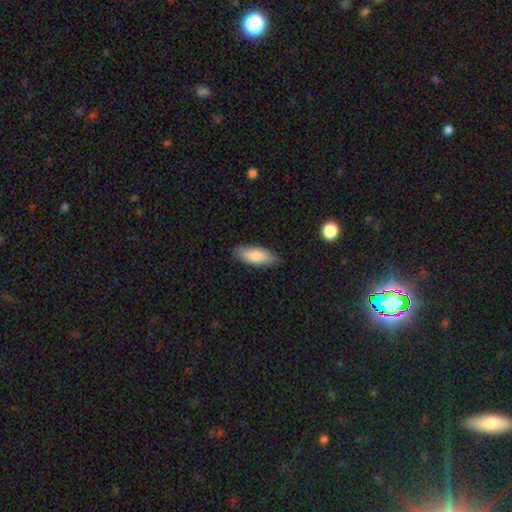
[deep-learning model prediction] The model was most divided on "how rounded": in between: 75%, cigar-shaped: 24%, round: 2%. More confident: merging — none (84%); smooth or featured — smooth (81%).